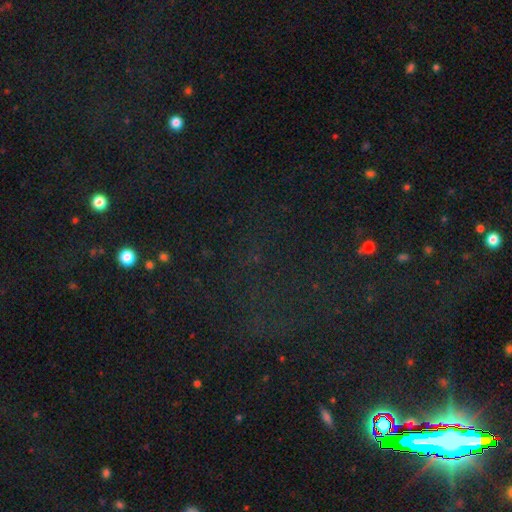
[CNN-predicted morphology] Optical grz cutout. It shows a star or artifact, not a galaxy (74%).